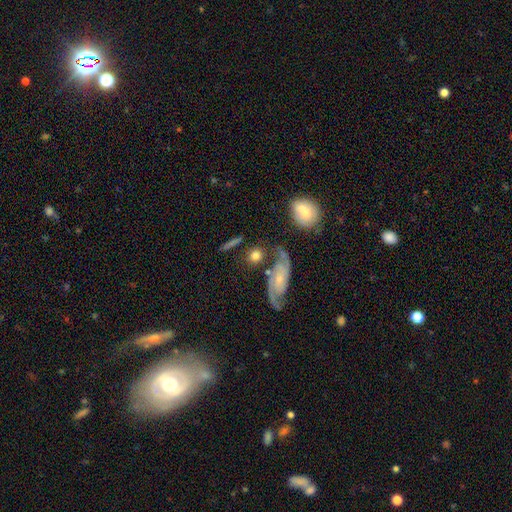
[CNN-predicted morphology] Smooth or featured?
  - smooth: 59% *
  - featured or disk: 31%
  - star or artifact: 10%
How rounded?
  - round: 67% *
  - in between: 27%
  - cigar-shaped: 6%
Merging?
  - none: 65% *
  - merger: 16%
  - minor disturbance: 13%
  - major disturbance: 6%